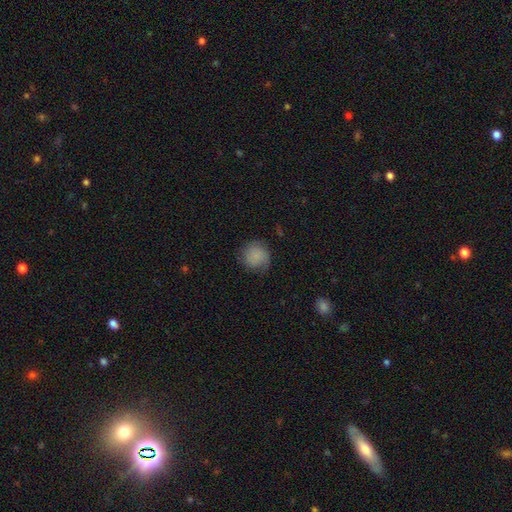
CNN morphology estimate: Smooth or featured?
  - smooth: 82% *
  - featured or disk: 10%
  - star or artifact: 9%
How rounded?
  - round: 89% *
  - in between: 10%
  - cigar-shaped: 1%
Merging?
  - none: 70% *
  - minor disturbance: 22%
  - major disturbance: 7%
  - merger: 1%